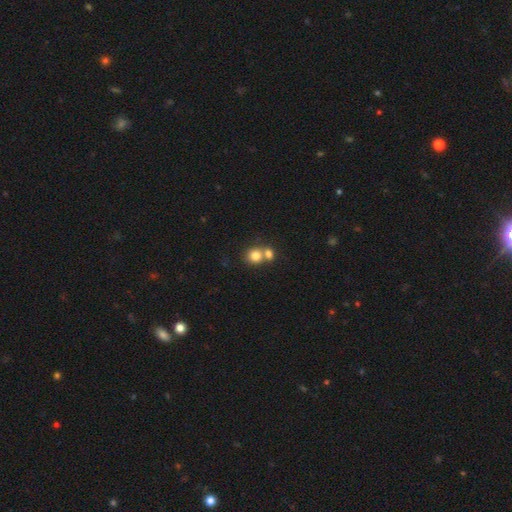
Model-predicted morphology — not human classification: Smooth or featured? smooth (80%)
How rounded? round (80%)
Merging? merger (52%)